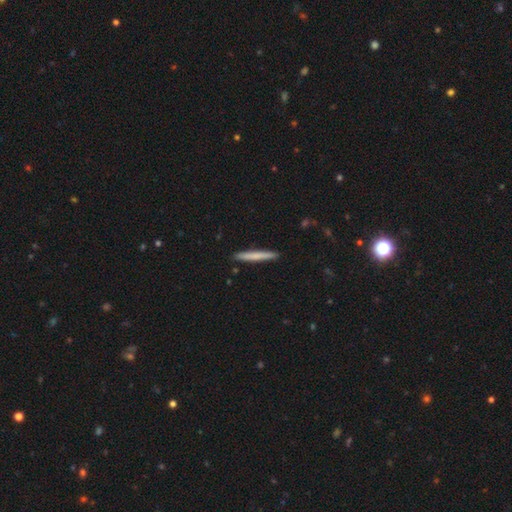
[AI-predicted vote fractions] smooth_or_featured: smooth (p=0.70) [alt: featured or disk p=0.25]
how_rounded: cigar-shaped (p=0.97) [alt: in between p=0.02]
merging: none (p=0.92) [alt: minor disturbance p=0.06]